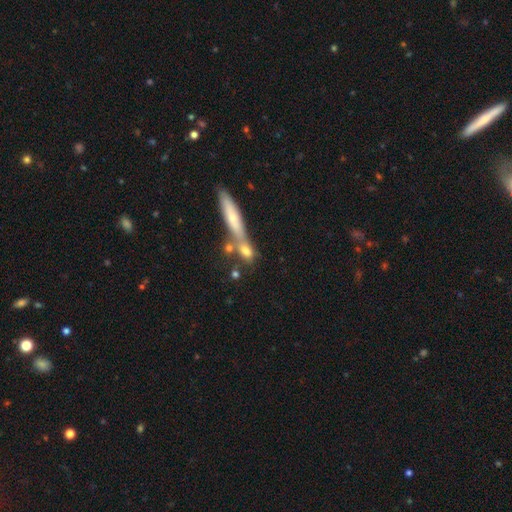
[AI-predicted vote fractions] smooth_or_featured: smooth (p=0.45) [alt: featured or disk p=0.42]
merging: none (p=0.60) [alt: merger p=0.24]